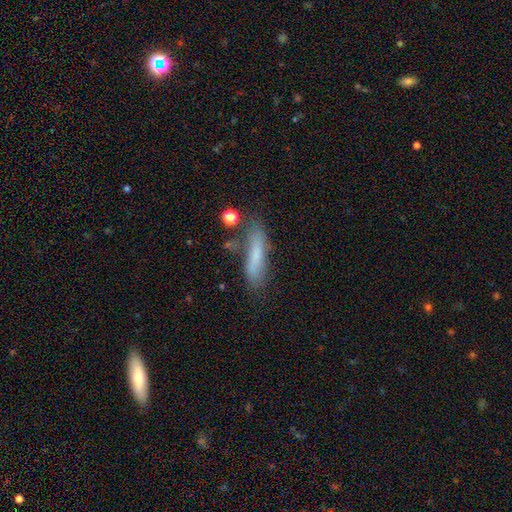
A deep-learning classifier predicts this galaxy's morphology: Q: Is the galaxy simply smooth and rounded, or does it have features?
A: smooth — 70%.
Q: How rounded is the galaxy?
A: cigar-shaped — 77%.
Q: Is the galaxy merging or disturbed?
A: none — 60%.